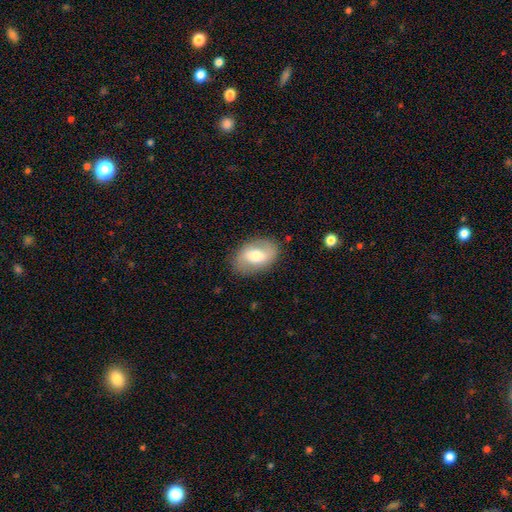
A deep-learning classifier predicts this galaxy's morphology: Overall: smooth (52%; featured or disk 42%). How rounded: in between (86%). Merging: none (82%).